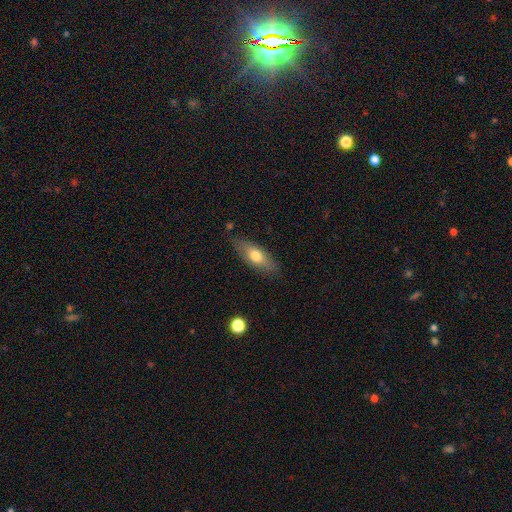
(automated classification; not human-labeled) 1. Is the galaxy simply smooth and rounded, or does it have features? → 66% smooth, 28% featured or disk, 6% star or artifact.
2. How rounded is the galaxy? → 66% in between, 30% cigar-shaped, 3% round.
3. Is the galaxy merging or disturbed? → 79% none, 15% minor disturbance, 3% major disturbance, 2% merger.